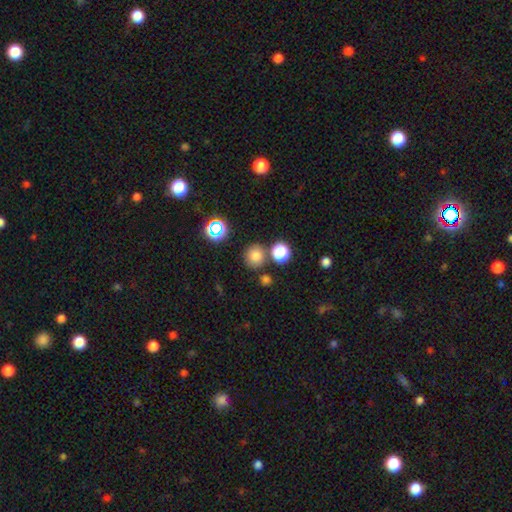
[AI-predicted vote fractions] The model was most divided on "smooth or featured": smooth: 74%, star or artifact: 19%, featured or disk: 7%. More confident: how rounded — round (88%); merging — none (76%).